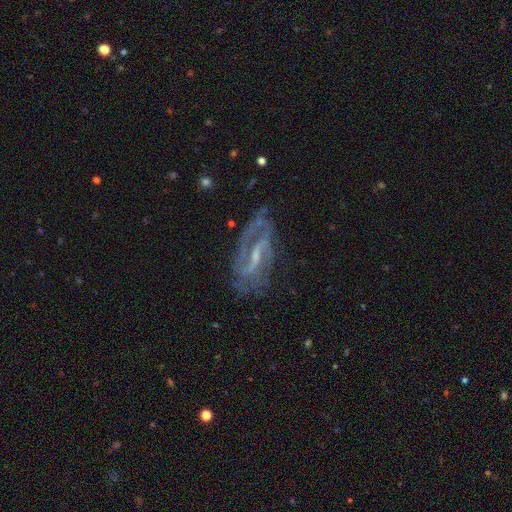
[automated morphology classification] featured or disk 82%, smooth 9%, star or artifact 9%. Down the decision tree: edge-on disk — no (90%); bar — weak (42%, tied with strong); spiral arms — yes (91%); spiral arm count — 2 (69%); spiral winding — medium (46%); bulge size — small (55%); merging — none (69%).